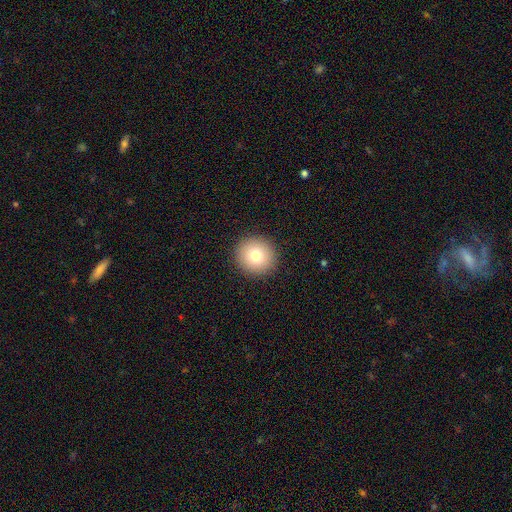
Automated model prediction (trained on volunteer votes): A smooth galaxy with no disk features (77%) that is round (94%).

Vote fractions:
- Smooth or featured? smooth: 77% / featured or disk: 12% / star or artifact: 11%
- How rounded? round: 94% / in between: 6% / cigar-shaped: 1%
- Merging? none: 92% / minor disturbance: 5% / major disturbance: 2% / merger: 1%